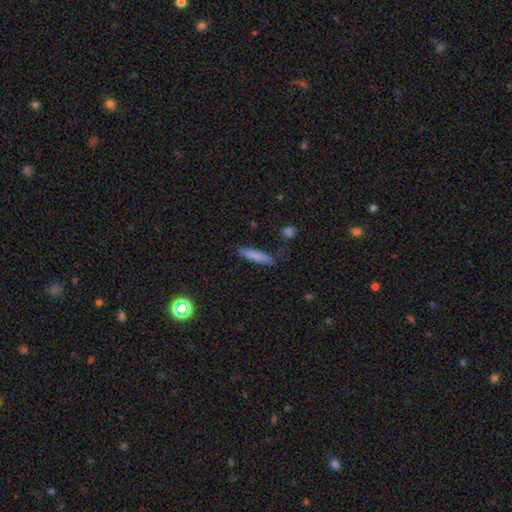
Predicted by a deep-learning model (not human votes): Q: Smooth or featured?
A: smooth (81%); runner-up: featured or disk (12%)
Q: How rounded?
A: cigar-shaped (87%); runner-up: in between (12%)
Q: Merging?
A: none (82%); runner-up: minor disturbance (13%)